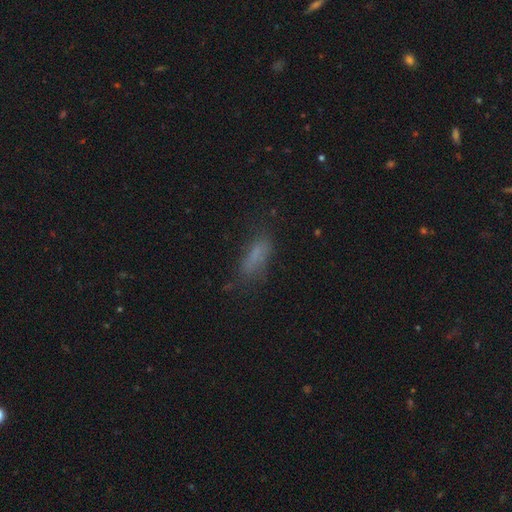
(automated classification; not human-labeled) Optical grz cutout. It shows a smooth galaxy with no disk features (67%) that is in between round and cigar-shaped (53%). Merging: none (57%).